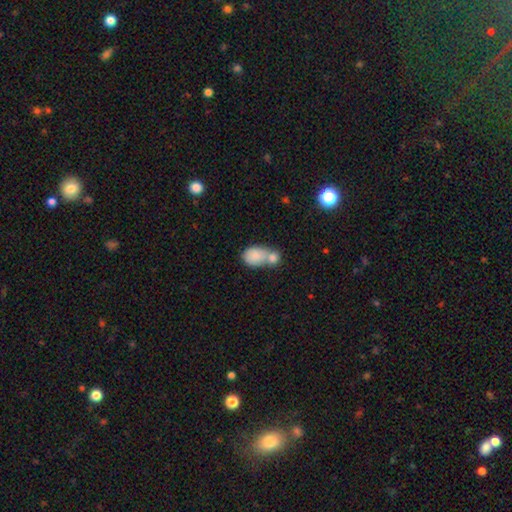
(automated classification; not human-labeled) Overall: smooth (82%). How rounded: in between (76%). Merging: merger (63%).